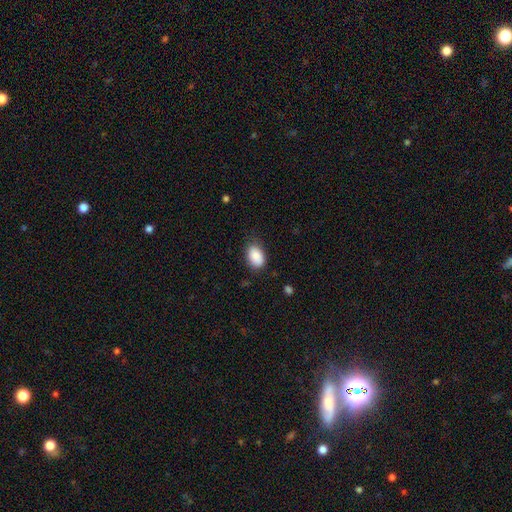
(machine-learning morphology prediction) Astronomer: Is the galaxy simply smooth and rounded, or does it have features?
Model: smooth — 87%.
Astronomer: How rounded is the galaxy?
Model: in between — 87%.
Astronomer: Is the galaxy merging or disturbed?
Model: none — 73%.